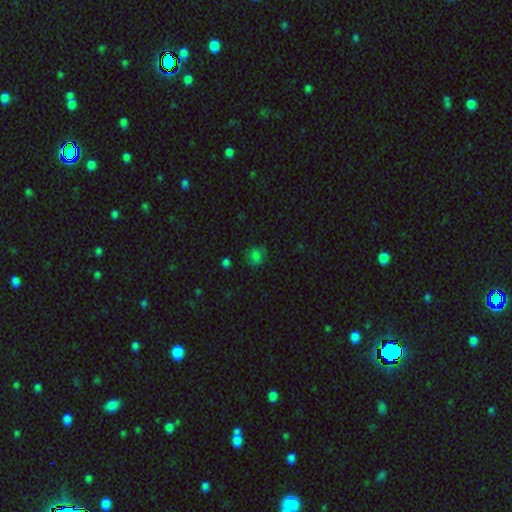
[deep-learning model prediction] The model was most divided on "how rounded": round: 70%, in between: 29%, cigar-shaped: 1%. More confident: smooth or featured — smooth (68%); merging — none (67%).